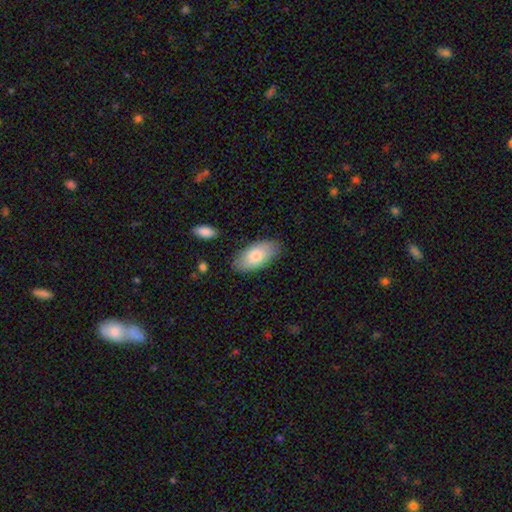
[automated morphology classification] A smooth galaxy with no disk features (79%) that is in between round and cigar-shaped (94%).

Vote fractions:
- Smooth or featured? smooth: 79% / featured or disk: 15% / star or artifact: 6%
- How rounded? in between: 94% / cigar-shaped: 3% / round: 3%
- Merging? none: 82% / minor disturbance: 13% / major disturbance: 3% / merger: 2%